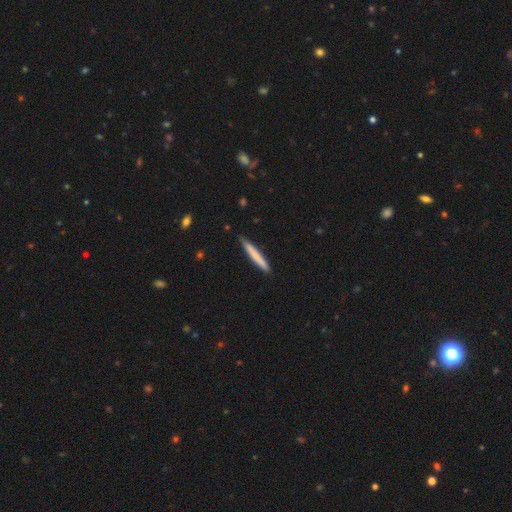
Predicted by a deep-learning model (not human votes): This appears to be a smooth galaxy with no disk features (73%) that is cigar-shaped (96%). Merging: none (84%).